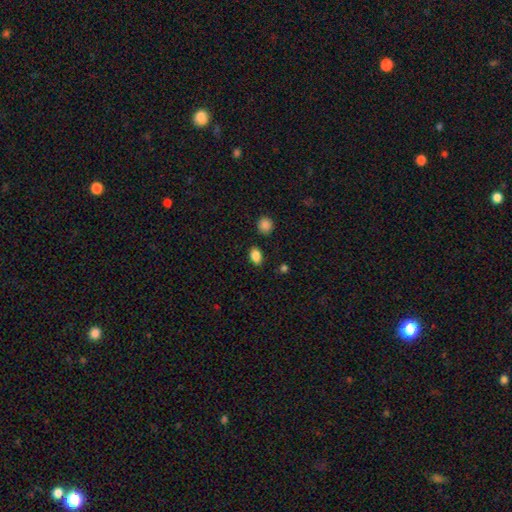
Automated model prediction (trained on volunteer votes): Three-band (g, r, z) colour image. It shows a smooth galaxy with no disk features (87%) that is in between round and cigar-shaped (81%). Merging: none (86%).